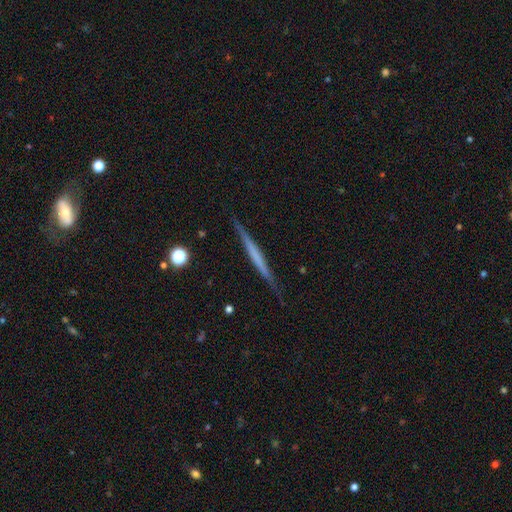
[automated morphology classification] Q: Smooth or featured?
A: featured or disk (58%); runner-up: smooth (36%)
Q: Edge-on disk?
A: yes (97%); runner-up: no (3%)
Q: Edge-on bulge?
A: none (83%); runner-up: rounded (9%)
Q: Merging?
A: none (88%); runner-up: minor disturbance (9%)